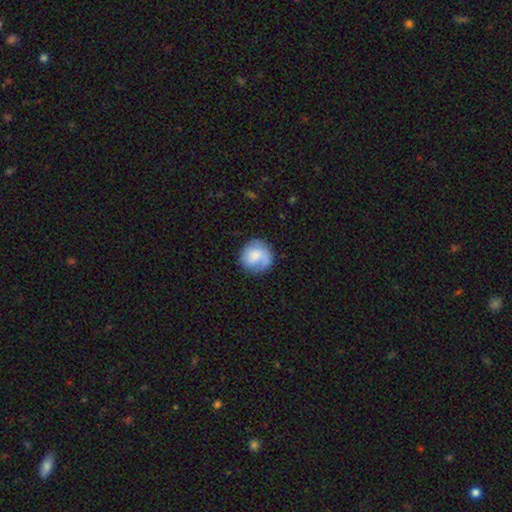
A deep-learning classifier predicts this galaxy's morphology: smooth-or-featured: smooth: 63% | featured or disk: 29% | star or artifact: 7%
  how-rounded: round: 88% | in between: 11% | cigar-shaped: 1%
  merging: none: 70% | minor disturbance: 18% | major disturbance: 9% | merger: 2%